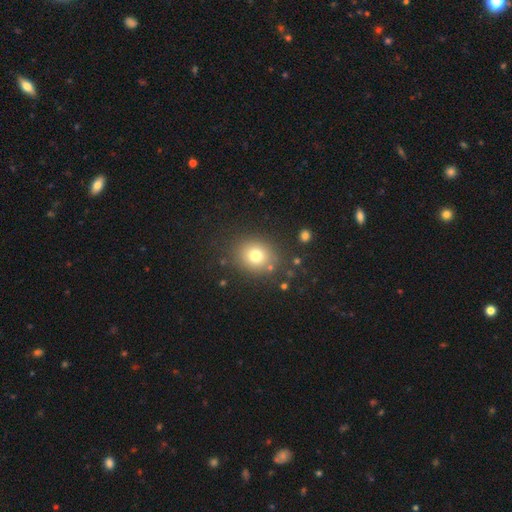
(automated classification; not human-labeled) This is likely a smooth galaxy (76%). How rounded: likely round (69%). Merging: clearly none (84%).